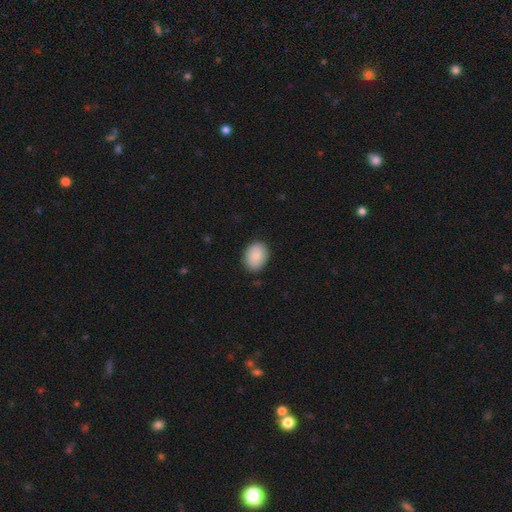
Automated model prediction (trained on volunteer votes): Smooth or featured? Predicted: smooth (p=0.88). How rounded? Predicted: in between (p=0.67). Merging? Predicted: none (p=0.87).